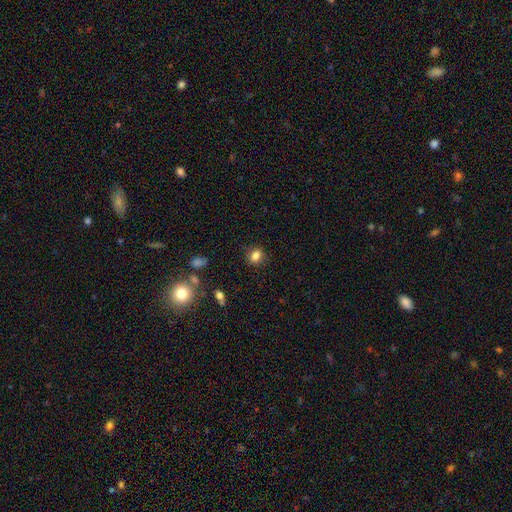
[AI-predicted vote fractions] Smooth or featured? smooth (82%)
How rounded? round (51%)
Merging? none (85%)